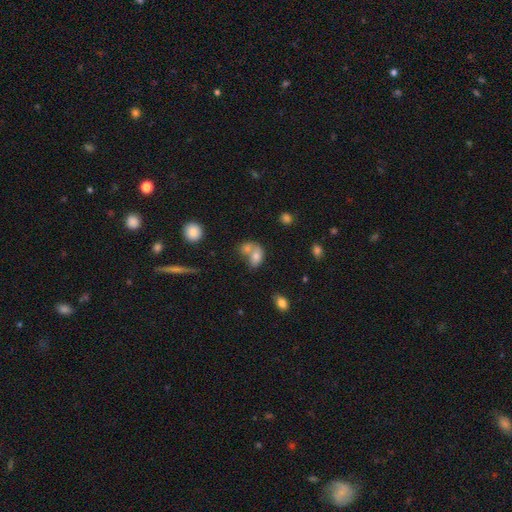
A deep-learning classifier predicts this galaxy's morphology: Overall: smooth (73%). How rounded: in between (81%). Merging: merger (60%; none 24%).